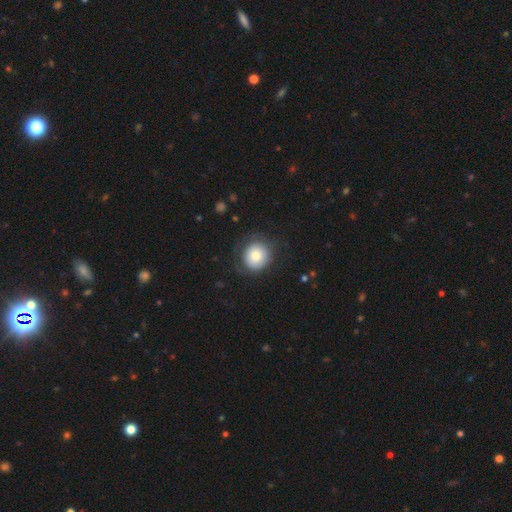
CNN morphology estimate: Smooth or featured: smooth — 77% (featured or disk — 15%)
How rounded: round — 90% (in between — 9%)
Merging: none — 74% (minor disturbance — 16%)